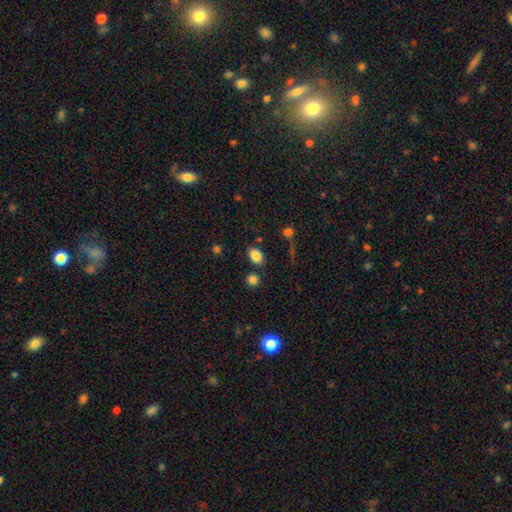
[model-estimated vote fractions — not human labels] Smooth or featured? Predicted: smooth (p=0.84). How rounded? Predicted: in between (p=0.83). Merging? Predicted: none (p=0.77).